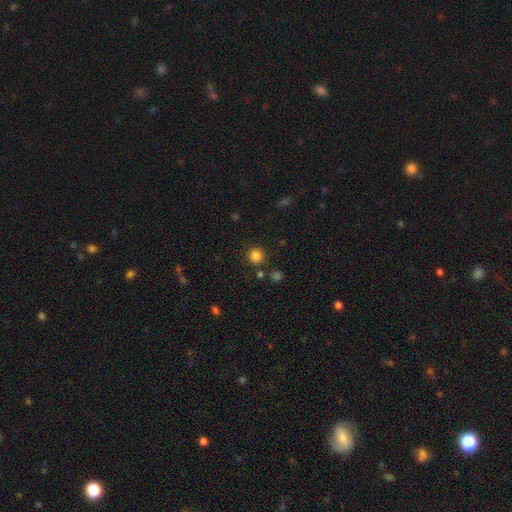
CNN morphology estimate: smooth 83%, star or artifact 13%, featured or disk 4%. Down the decision tree: how rounded — round (94%); merging — none (86%).